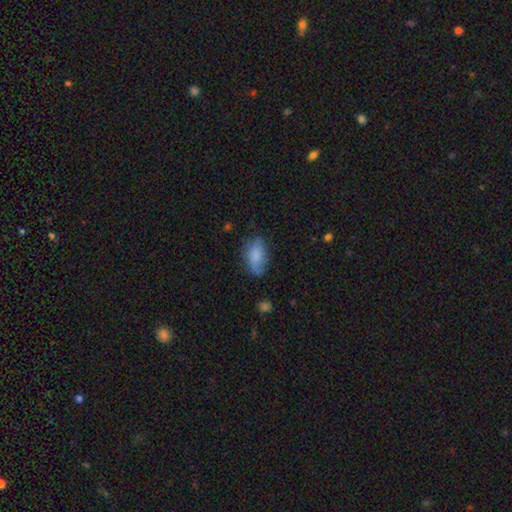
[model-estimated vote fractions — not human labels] Q: Smooth or featured?
A: smooth (79%); runner-up: featured or disk (13%)
Q: How rounded?
A: in between (90%); runner-up: round (5%)
Q: Merging?
A: none (64%); runner-up: minor disturbance (26%)